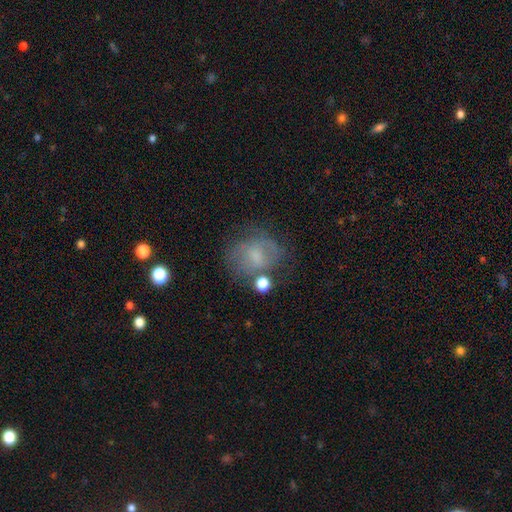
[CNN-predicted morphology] smooth 50%, featured or disk 36%, star or artifact 13%. Down the decision tree: how rounded — round (59%); merging — none (52%).